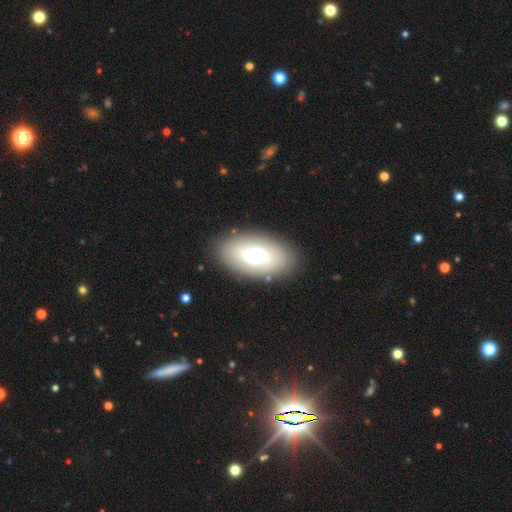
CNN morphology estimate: Q: Smooth or featured?
A: smooth (55%); runner-up: featured or disk (36%)
Q: How rounded?
A: in between (91%); runner-up: round (6%)
Q: Merging?
A: none (84%); runner-up: minor disturbance (10%)